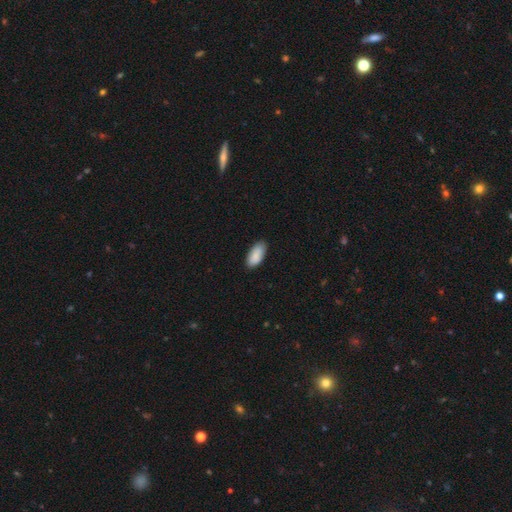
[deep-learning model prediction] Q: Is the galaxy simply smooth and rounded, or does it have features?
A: smooth — 89%.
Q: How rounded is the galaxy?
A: in between — 91%.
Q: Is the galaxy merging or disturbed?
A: none — 84%.